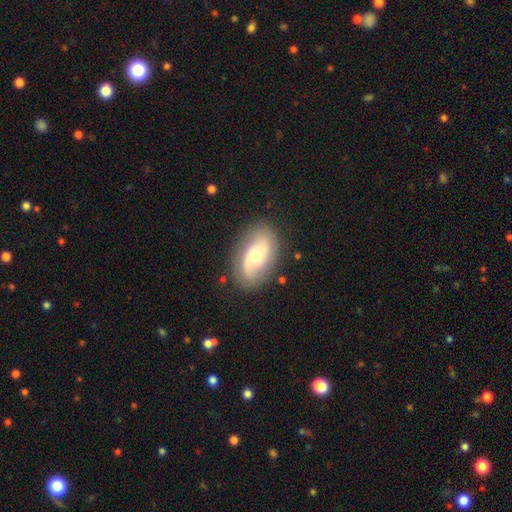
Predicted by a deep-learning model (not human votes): Smooth or featured? Predicted: featured or disk (p=0.61). Edge-on disk? Predicted: no (p=0.95). Bar? Predicted: no (p=0.61). Spiral arms? Predicted: yes (p=0.85). Bulge size? Predicted: moderate (p=0.55). Merging? Predicted: none (p=0.81).